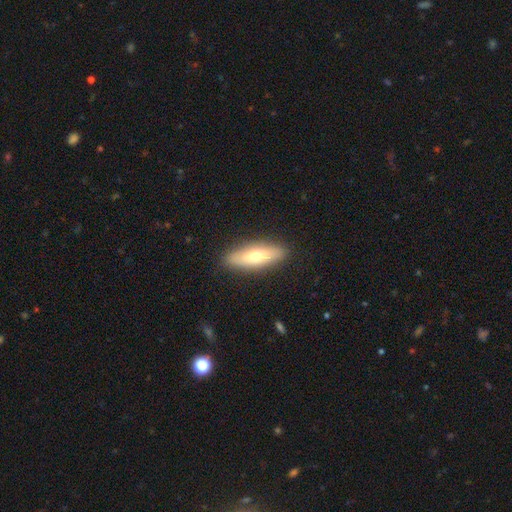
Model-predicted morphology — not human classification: smooth 61%, featured or disk 33%, star or artifact 6%. Down the decision tree: how rounded — in between (50%); merging — none (89%).